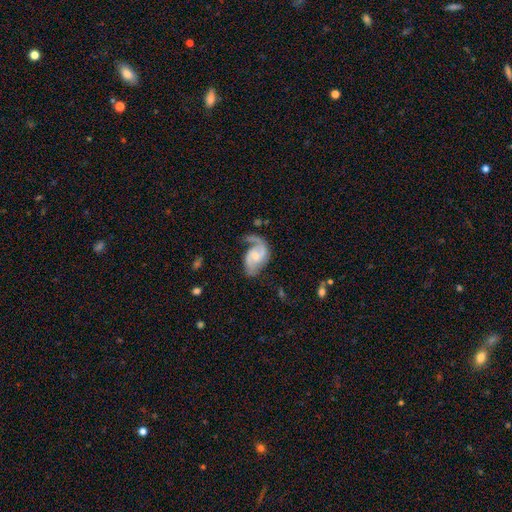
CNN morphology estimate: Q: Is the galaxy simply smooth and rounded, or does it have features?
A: featured or disk — 86%.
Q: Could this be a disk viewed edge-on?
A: no — 98%.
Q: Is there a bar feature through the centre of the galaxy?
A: no — 49%.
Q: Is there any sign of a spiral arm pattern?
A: yes — 96%.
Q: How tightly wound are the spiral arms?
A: medium — 49%.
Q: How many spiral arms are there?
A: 2 — 79%.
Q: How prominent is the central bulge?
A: small — 52%.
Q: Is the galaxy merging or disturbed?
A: none — 55%.